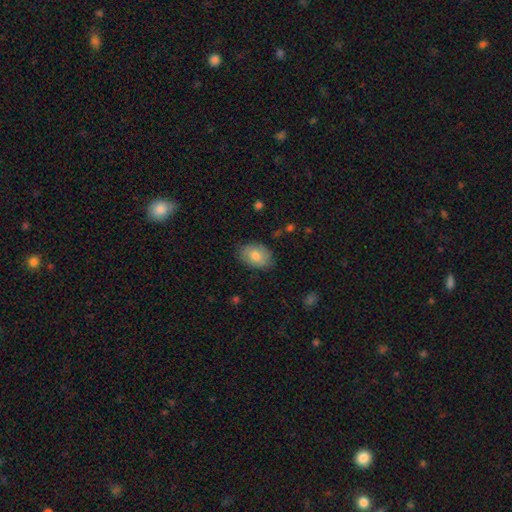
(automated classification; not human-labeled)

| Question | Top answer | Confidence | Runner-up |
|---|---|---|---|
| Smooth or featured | smooth | 78% | featured or disk (15%) |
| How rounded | in between | 85% | round (14%) |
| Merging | none | 83% | minor disturbance (13%) |